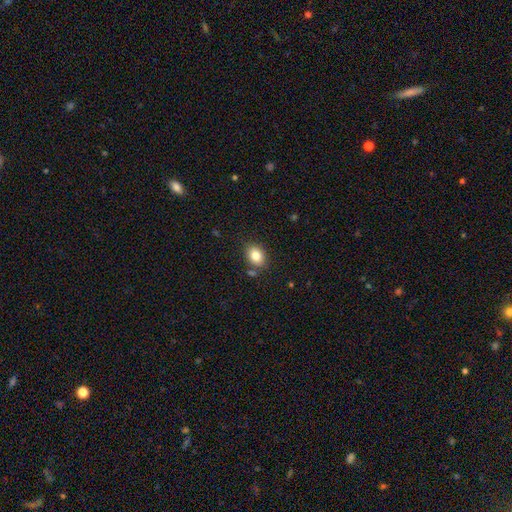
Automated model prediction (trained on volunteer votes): Smooth or featured?
  - smooth: 83% *
  - star or artifact: 9%
  - featured or disk: 8%
How rounded?
  - in between: 67% *
  - round: 32%
  - cigar-shaped: 1%
Merging?
  - none: 80% *
  - minor disturbance: 12%
  - merger: 5%
  - major disturbance: 3%